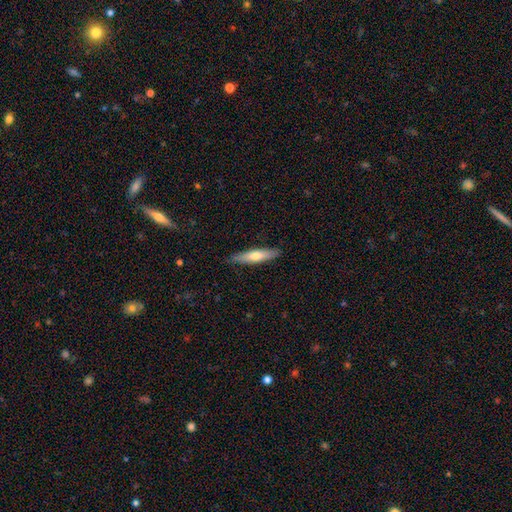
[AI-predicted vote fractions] smooth-or-featured: smooth: 57% | featured or disk: 37% | star or artifact: 6%
  how-rounded: cigar-shaped: 81% | in between: 17% | round: 2%
  merging: none: 87% | minor disturbance: 10% | major disturbance: 2% | merger: 1%